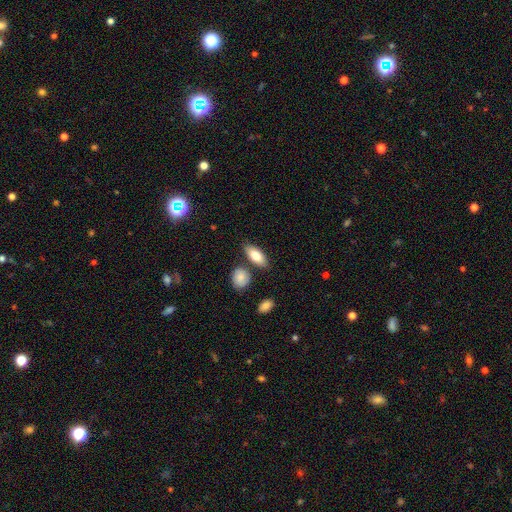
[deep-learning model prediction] This is likely a smooth galaxy (79%). How rounded: clearly in between (82%). Merging: likely none (77%).